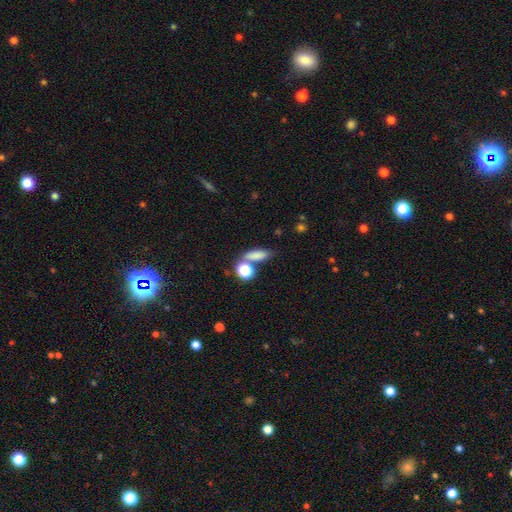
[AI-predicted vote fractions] A smooth galaxy with no disk features (80%) that is in between round and cigar-shaped (57%).

Vote fractions:
- Smooth or featured? smooth: 80% / star or artifact: 11% / featured or disk: 9%
- How rounded? in between: 57% / cigar-shaped: 25% / round: 18%
- Merging? none: 55% / merger: 26% / minor disturbance: 13% / major disturbance: 6%